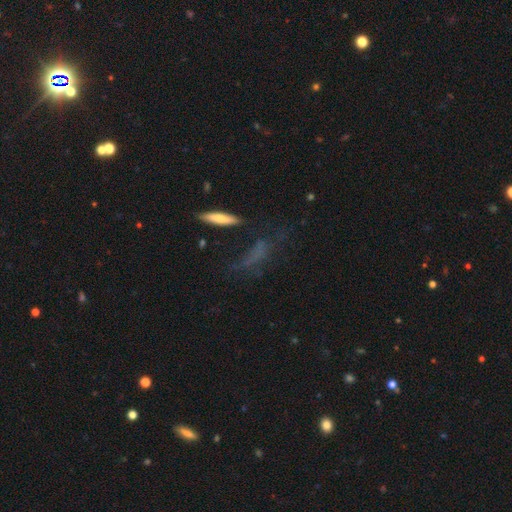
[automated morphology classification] A smooth galaxy with no disk features (43%). Merging: none (50%).